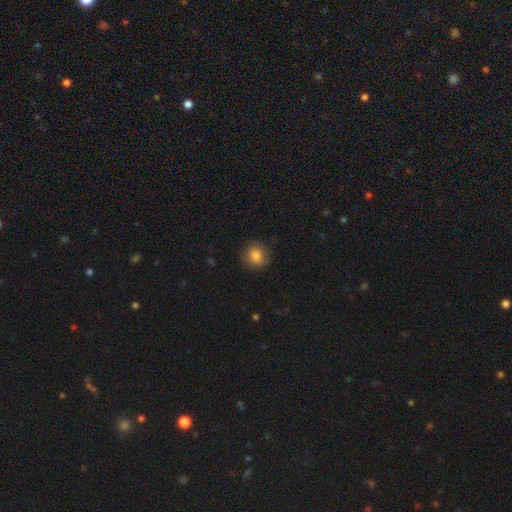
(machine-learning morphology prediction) This appears to be a smooth galaxy with no disk features (83%) that is round (82%). Merging: none (83%).